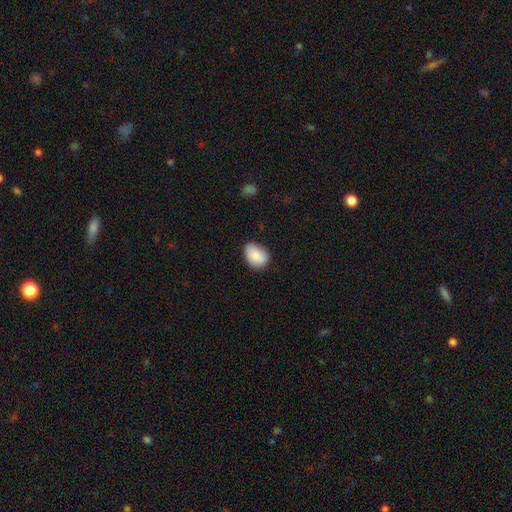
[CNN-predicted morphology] smooth_or_featured: smooth (p=0.88) [alt: star or artifact p=0.07]
how_rounded: in between (p=0.76) [alt: round p=0.23]
merging: none (p=0.76) [alt: minor disturbance p=0.20]